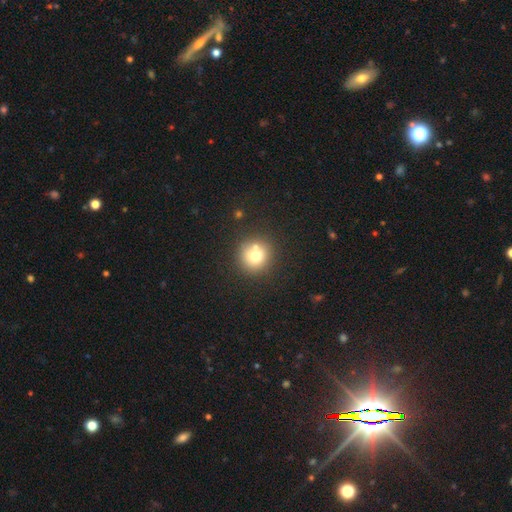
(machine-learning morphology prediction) The model was most divided on "merging": none: 72%, merger: 15%, minor disturbance: 9%, major disturbance: 3%. More confident: how rounded — round (92%); smooth or featured — smooth (72%).